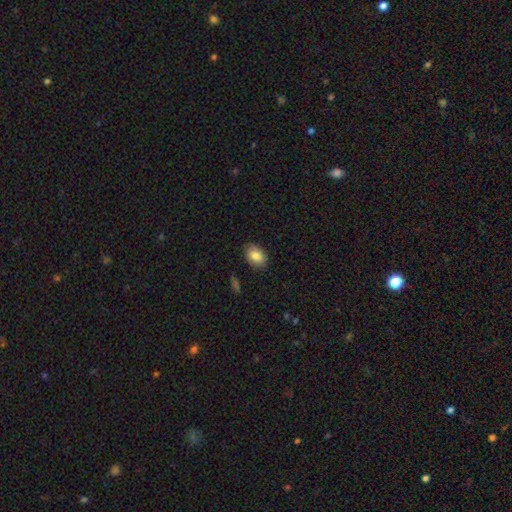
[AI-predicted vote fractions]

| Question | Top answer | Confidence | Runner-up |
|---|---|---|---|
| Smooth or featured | smooth | 82% | featured or disk (11%) |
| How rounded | in between | 85% | round (14%) |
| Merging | none | 82% | minor disturbance (14%) |